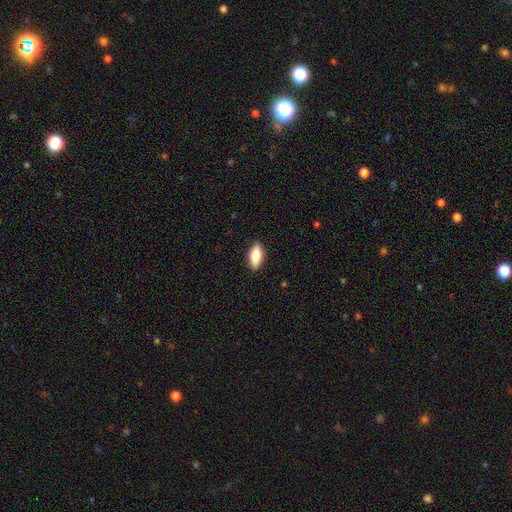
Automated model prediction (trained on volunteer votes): The model was most divided on "smooth or featured": smooth: 82%, featured or disk: 12%, star or artifact: 6%. More confident: merging — none (89%); how rounded — in between (86%).